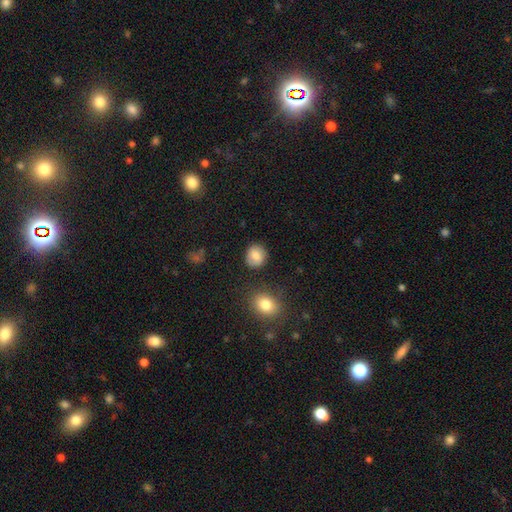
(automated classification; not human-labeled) Overall: smooth (83%). How rounded: round (79%). Merging: none (84%).